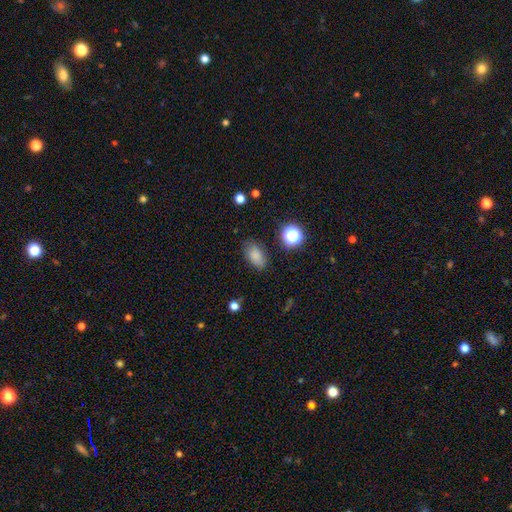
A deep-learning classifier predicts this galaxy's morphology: smooth_or_featured: smooth (p=0.81) [alt: star or artifact p=0.12]
how_rounded: in between (p=0.87) [alt: round p=0.11]
merging: none (p=0.78) [alt: minor disturbance p=0.16]